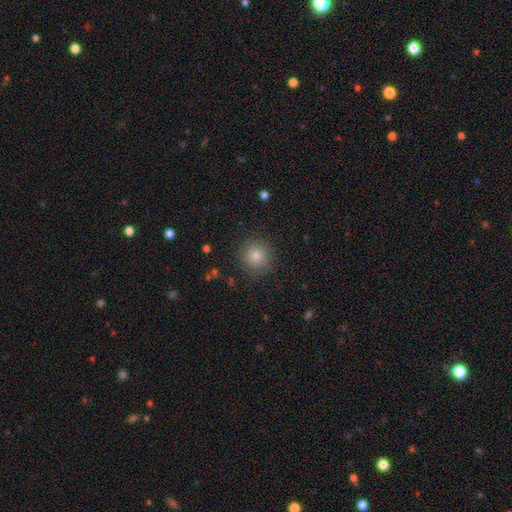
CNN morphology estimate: Smooth or featured? Predicted: smooth (p=0.79). How rounded? Predicted: round (p=0.94). Merging? Predicted: none (p=0.90).